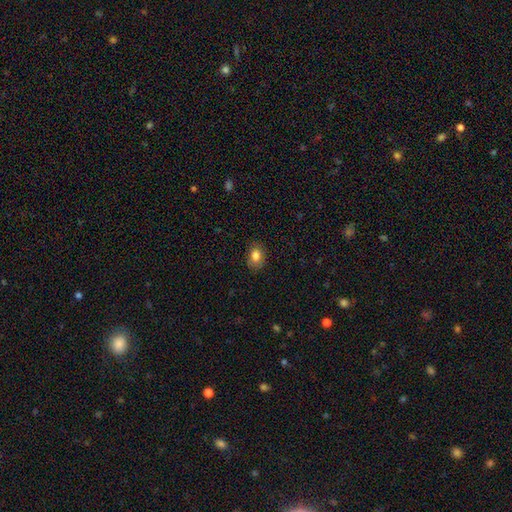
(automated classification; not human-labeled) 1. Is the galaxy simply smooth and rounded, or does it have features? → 83% smooth, 9% star or artifact, 8% featured or disk.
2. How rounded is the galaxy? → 70% in between, 29% round, 1% cigar-shaped.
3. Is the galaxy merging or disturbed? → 82% none, 14% minor disturbance, 3% major disturbance, 1% merger.